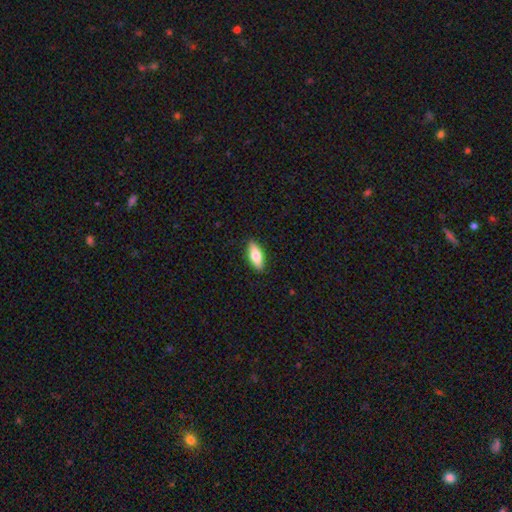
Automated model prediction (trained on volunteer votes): Smooth or featured? smooth (74%)
How rounded? in between (72%)
Merging? none (89%)